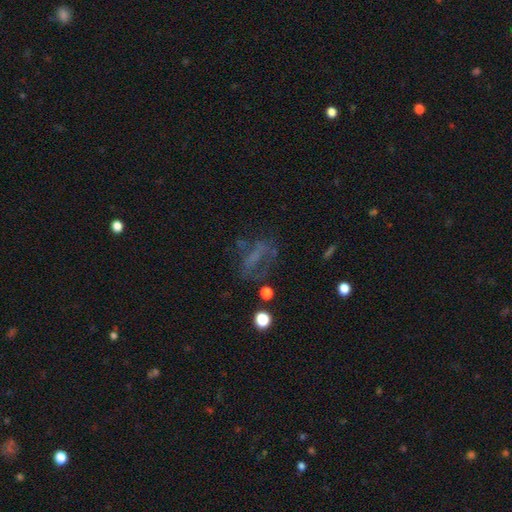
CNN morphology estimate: Smooth or featured? Predicted: featured or disk (p=0.41). Merging? Predicted: none (p=0.45).